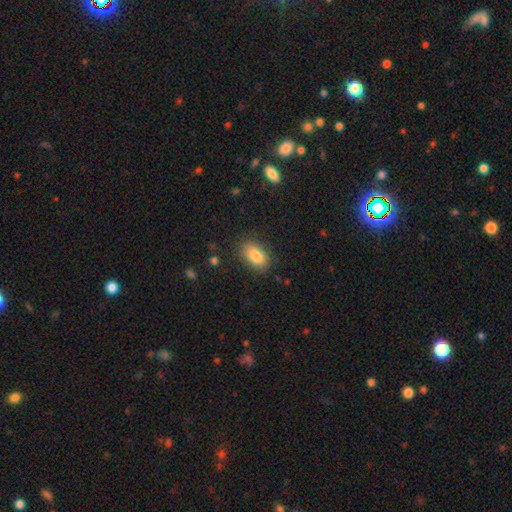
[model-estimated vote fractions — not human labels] Morphology: type=smooth (83%); roundness=in between (88%); merging=none (83%).